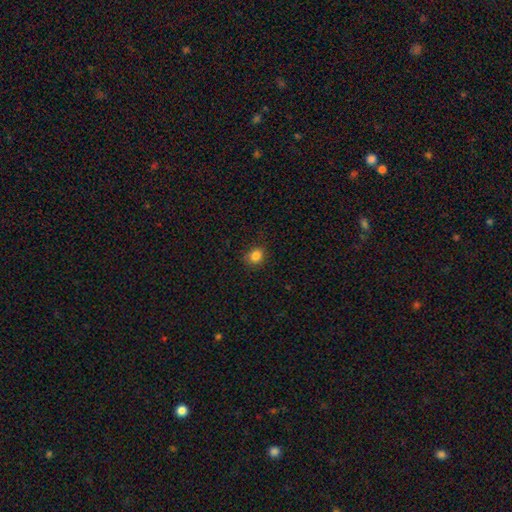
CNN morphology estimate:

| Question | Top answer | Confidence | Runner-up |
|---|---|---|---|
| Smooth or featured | smooth | 83% | star or artifact (12%) |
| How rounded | round | 70% | in between (29%) |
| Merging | none | 83% | minor disturbance (13%) |